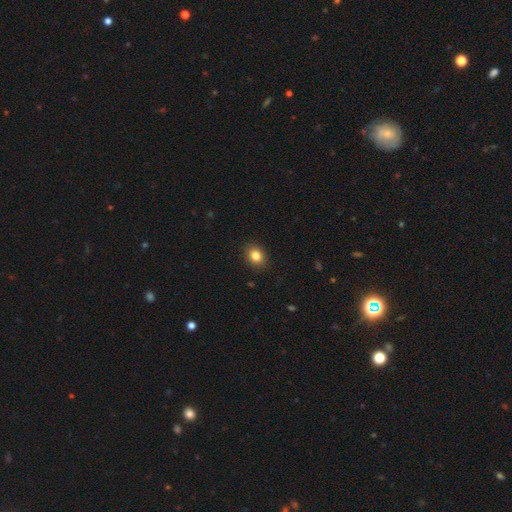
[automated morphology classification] type=smooth (84%); roundness=in between (50%); merging=none (89%).